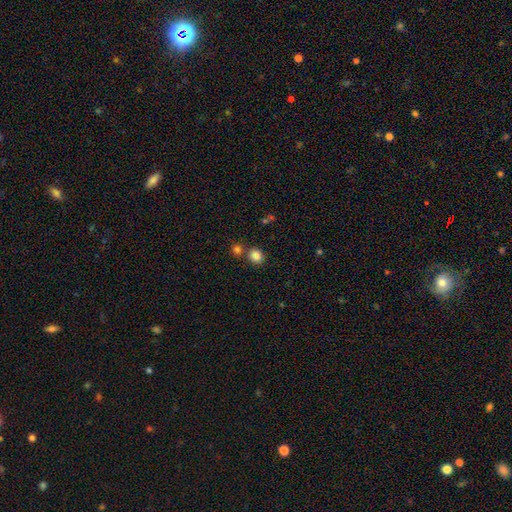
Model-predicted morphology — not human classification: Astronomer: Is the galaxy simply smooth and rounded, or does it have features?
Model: smooth — 83%.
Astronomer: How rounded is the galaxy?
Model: round — 71%.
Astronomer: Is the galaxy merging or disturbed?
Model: none — 71%.